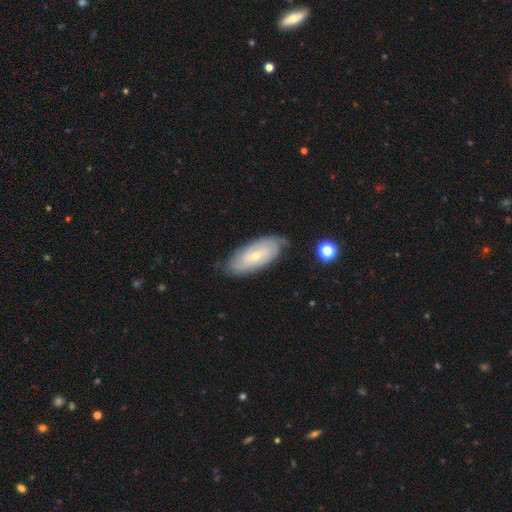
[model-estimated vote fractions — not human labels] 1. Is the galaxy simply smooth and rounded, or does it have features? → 65% featured or disk, 28% smooth, 7% star or artifact.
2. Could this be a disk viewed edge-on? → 90% no, 10% yes.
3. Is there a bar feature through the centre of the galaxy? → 62% no, 31% weak, 7% strong.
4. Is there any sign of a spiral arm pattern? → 86% yes, 14% no.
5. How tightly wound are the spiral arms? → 69% tight, 24% medium, 7% loose.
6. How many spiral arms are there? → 49% can't tell, 31% 2, 9% 3, 5% 4, 3% 1, 3% more than 4.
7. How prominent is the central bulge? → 66% small, 31% moderate, 1% large, 1% none, 1% dominant.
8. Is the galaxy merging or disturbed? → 76% none, 19% minor disturbance, 4% major disturbance, 2% merger.